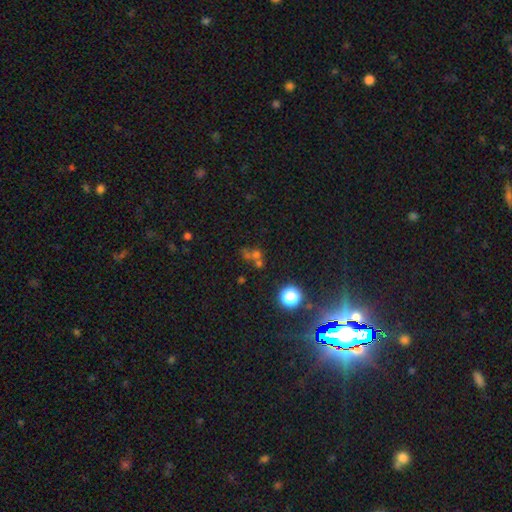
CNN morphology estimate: Smooth or featured: star or artifact — 43% (smooth — 41%)